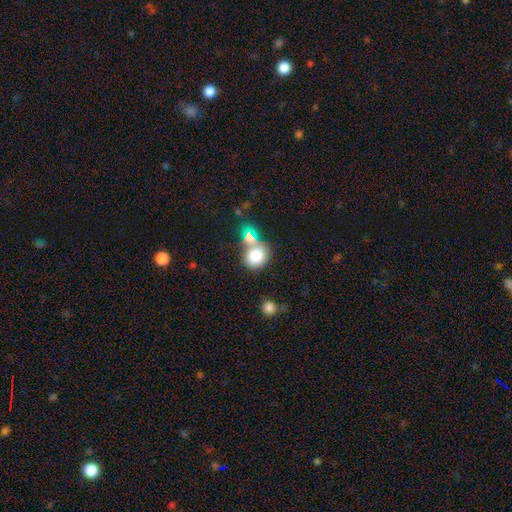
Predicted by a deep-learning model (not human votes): The model was most divided on "merging": merger: 47%, none: 38%, minor disturbance: 11%, major disturbance: 5%. More confident: smooth or featured — smooth (79%); how rounded — round (63%).